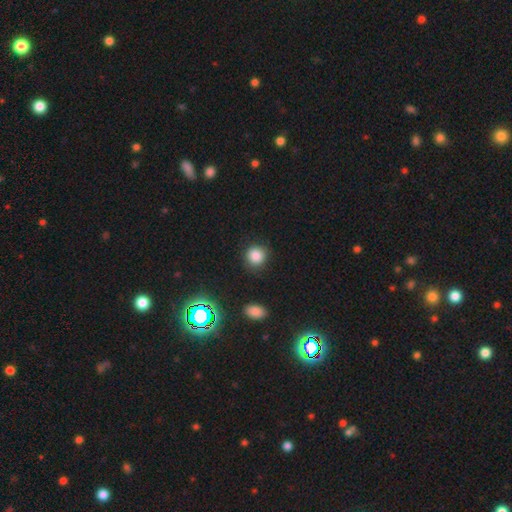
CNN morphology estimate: This appears to be a smooth galaxy with no disk features (82%) that is round (88%). Merging: none (86%).